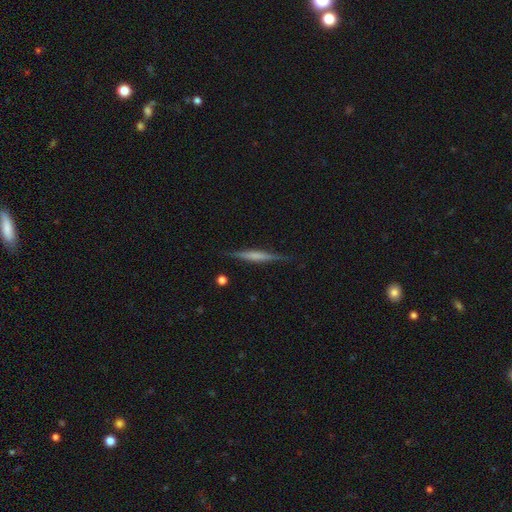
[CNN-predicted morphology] Q: Smooth or featured?
A: featured or disk (63%); runner-up: smooth (31%)
Q: Edge-on disk?
A: yes (97%); runner-up: no (3%)
Q: Edge-on bulge?
A: none (40%); runner-up: rounded (34%)
Q: Merging?
A: none (88%); runner-up: minor disturbance (9%)